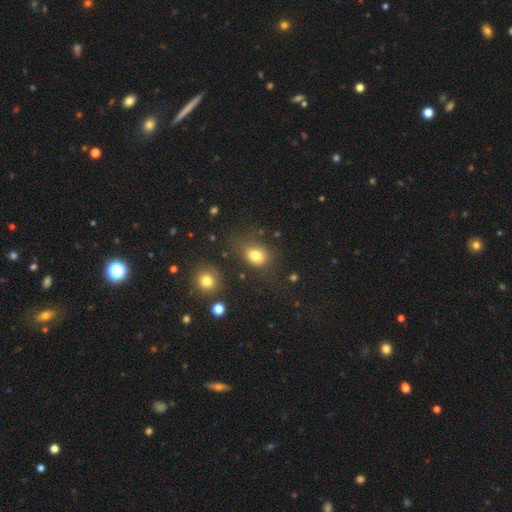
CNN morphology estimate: smooth 79%, star or artifact 13%, featured or disk 8%. Down the decision tree: how rounded — in between (51%); merging — none (63%).